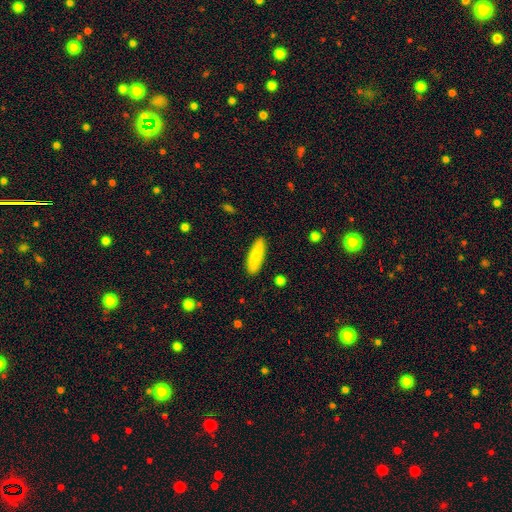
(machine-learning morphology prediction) A smooth galaxy with no disk features (84%) that is cigar-shaped (54%).

Vote fractions:
- Smooth or featured? smooth: 84% / featured or disk: 10% / star or artifact: 6%
- How rounded? cigar-shaped: 54% / in between: 44% / round: 2%
- Merging? none: 88% / minor disturbance: 9% / major disturbance: 2% / merger: 1%